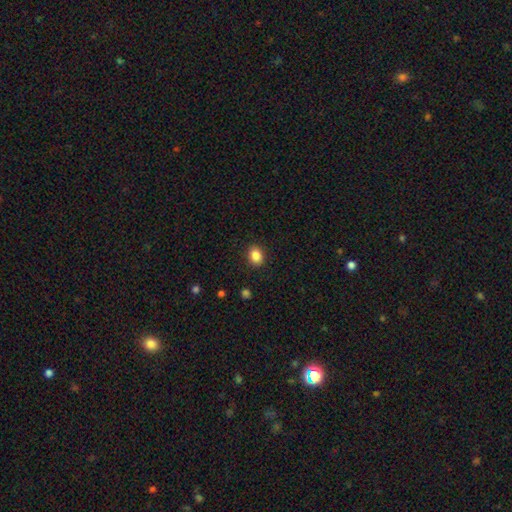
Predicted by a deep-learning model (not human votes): Smooth or featured?
  - smooth: 86% *
  - star or artifact: 10%
  - featured or disk: 4%
How rounded?
  - in between: 54% *
  - round: 46%
  - cigar-shaped: 1%
Merging?
  - none: 89% *
  - minor disturbance: 8%
  - major disturbance: 2%
  - merger: 1%